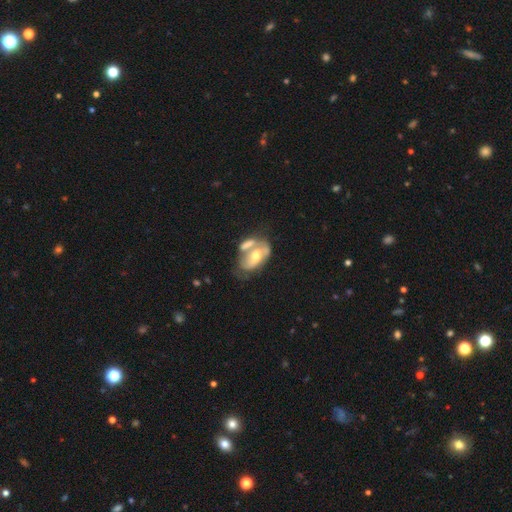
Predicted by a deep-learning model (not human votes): A featured or disk galaxy (58%) with no bar (63%), no spiral arms (54%) and a moderate central bulge (69%). Merging: merger (51%).